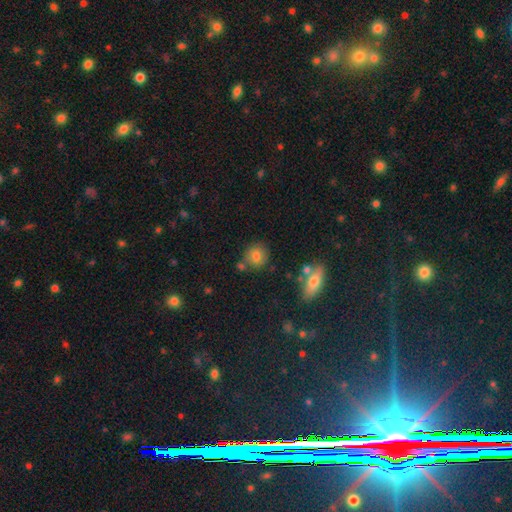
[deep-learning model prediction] Smooth or featured? smooth (78%)
How rounded? round (83%)
Merging? none (71%)